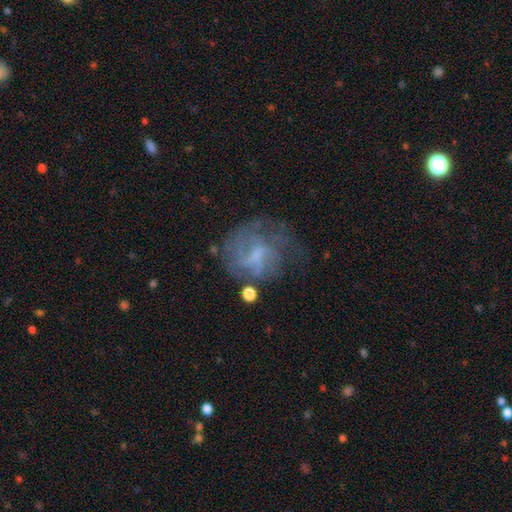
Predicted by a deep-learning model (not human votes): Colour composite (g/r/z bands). It shows a featured or disk galaxy (65%) with a weak bar (48%), spiral arms (68%) and a small central bulge (46%). Merging: none (49%).